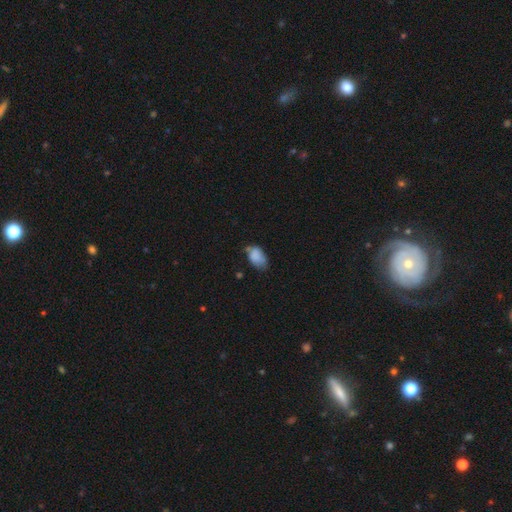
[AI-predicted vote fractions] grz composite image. It shows a smooth galaxy with no disk features (78%) that is in between round and cigar-shaped (88%). Merging: none (43%).